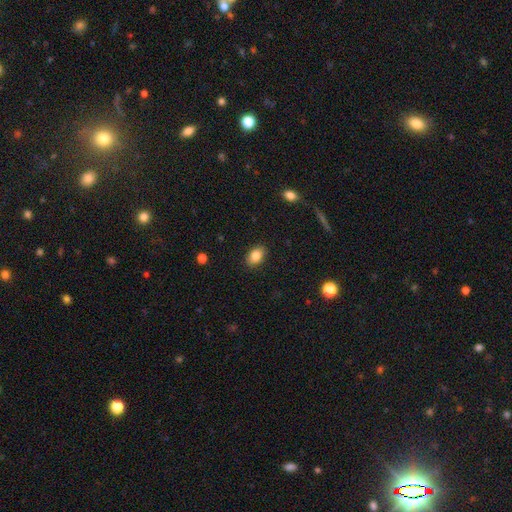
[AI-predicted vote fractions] Smooth or featured? Predicted: smooth (p=0.84). How rounded? Predicted: in between (p=0.86). Merging? Predicted: none (p=0.89).